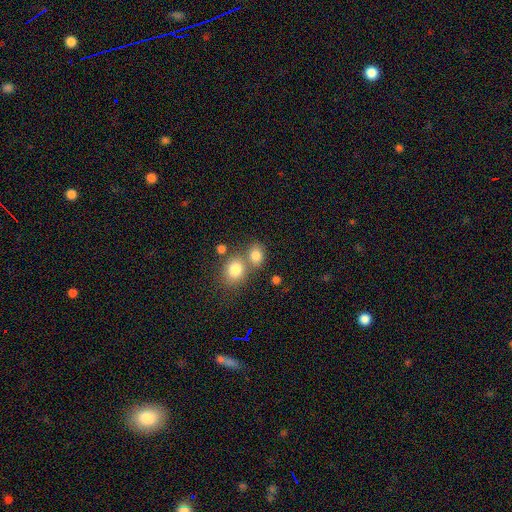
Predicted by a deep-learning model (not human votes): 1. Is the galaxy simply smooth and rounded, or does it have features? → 80% smooth, 12% star or artifact, 9% featured or disk.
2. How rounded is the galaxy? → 53% round, 46% in between, 1% cigar-shaped.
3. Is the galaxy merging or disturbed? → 45% none, 42% merger, 9% minor disturbance, 4% major disturbance.